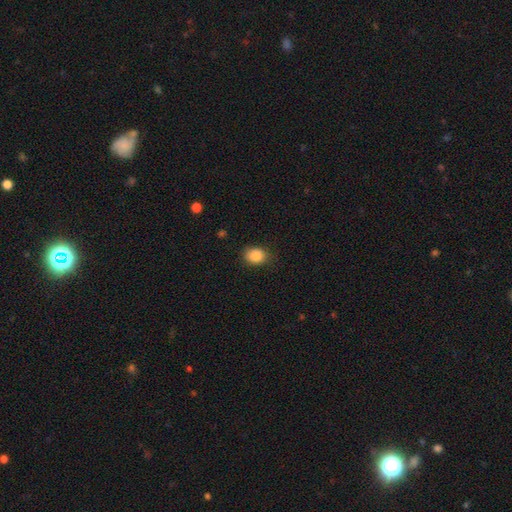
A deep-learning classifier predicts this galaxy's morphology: Smooth or featured? Predicted: smooth (p=0.87). How rounded? Predicted: in between (p=0.55). Merging? Predicted: none (p=0.80).